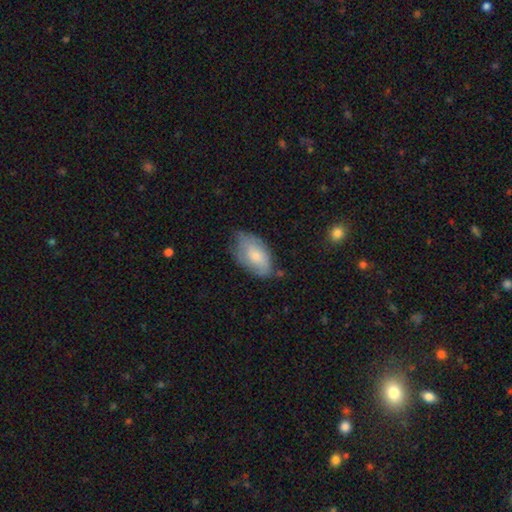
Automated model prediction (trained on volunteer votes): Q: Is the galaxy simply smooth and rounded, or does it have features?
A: smooth — 65%.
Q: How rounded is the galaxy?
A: in between — 93%.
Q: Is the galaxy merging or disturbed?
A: none — 53%.